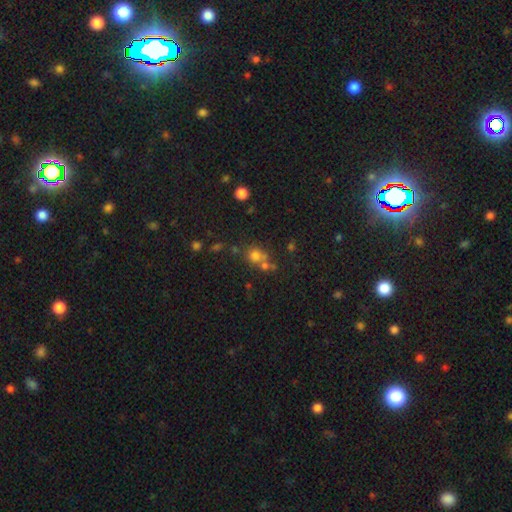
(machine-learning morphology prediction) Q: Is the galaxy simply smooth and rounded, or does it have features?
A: smooth — 69%.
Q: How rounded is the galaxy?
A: round — 81%.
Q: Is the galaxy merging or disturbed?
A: none — 51%.